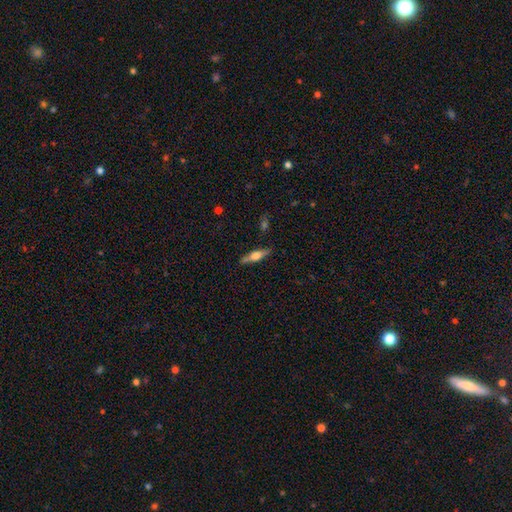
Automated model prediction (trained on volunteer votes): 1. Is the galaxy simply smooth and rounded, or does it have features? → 53% featured or disk, 41% smooth, 6% star or artifact.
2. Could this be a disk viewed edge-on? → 95% yes, 5% no.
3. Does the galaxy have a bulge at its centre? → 84% rounded, 13% boxy, 3% none.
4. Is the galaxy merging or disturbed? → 85% none, 11% minor disturbance, 2% major disturbance, 2% merger.